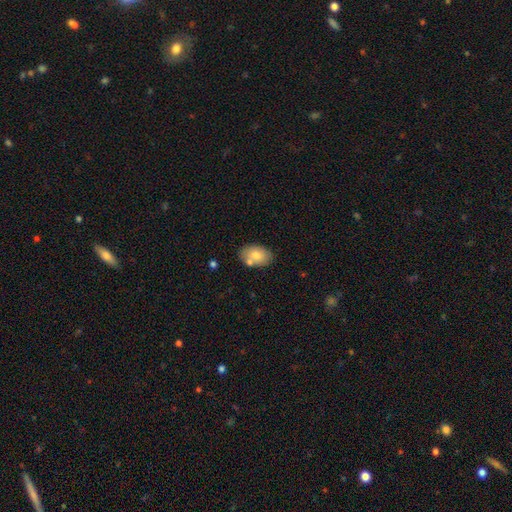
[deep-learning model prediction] This appears to be a smooth galaxy with no disk features (76%) that is in between round and cigar-shaped (90%). Merging: none (71%).